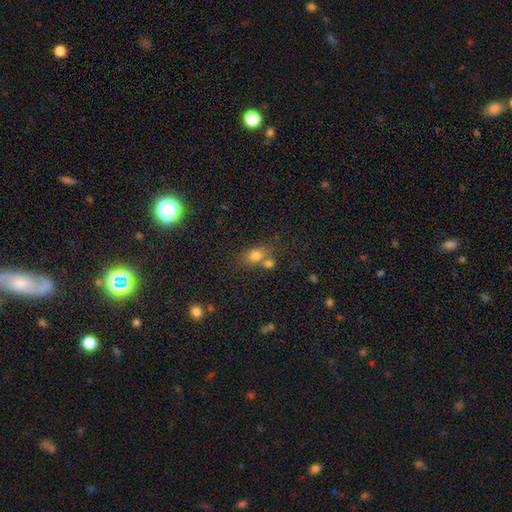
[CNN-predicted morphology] Smooth or featured?
  - smooth: 76% *
  - star or artifact: 13%
  - featured or disk: 11%
How rounded?
  - in between: 58% *
  - round: 40%
  - cigar-shaped: 3%
Merging?
  - none: 50% *
  - merger: 34%
  - minor disturbance: 12%
  - major disturbance: 5%